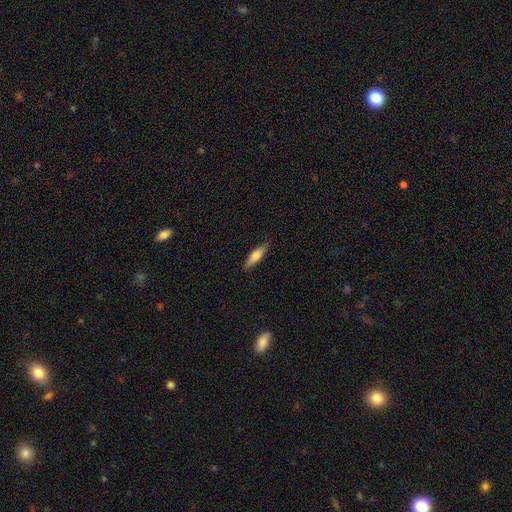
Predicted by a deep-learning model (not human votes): A smooth galaxy with no disk features (72%) that is cigar-shaped (65%).

Vote fractions:
- Smooth or featured? smooth: 72% / featured or disk: 22% / star or artifact: 6%
- How rounded? cigar-shaped: 65% / in between: 33% / round: 2%
- Merging? none: 87% / minor disturbance: 10% / major disturbance: 2% / merger: 1%